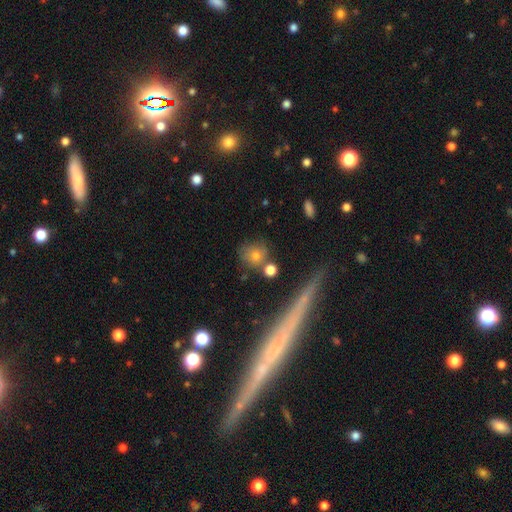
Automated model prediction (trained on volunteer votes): A smooth galaxy with no disk features (70%) that is round (81%).

Vote fractions:
- Smooth or featured? smooth: 70% / featured or disk: 16% / star or artifact: 13%
- How rounded? round: 81% / in between: 15% / cigar-shaped: 4%
- Merging? none: 69% / merger: 13% / minor disturbance: 12% / major disturbance: 5%